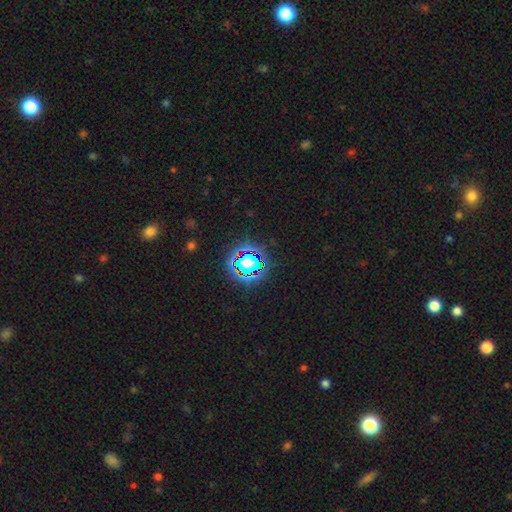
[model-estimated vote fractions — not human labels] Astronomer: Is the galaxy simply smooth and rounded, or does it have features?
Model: star or artifact — 79%.